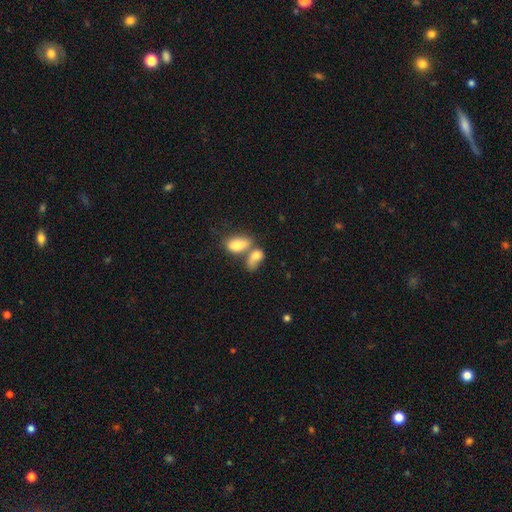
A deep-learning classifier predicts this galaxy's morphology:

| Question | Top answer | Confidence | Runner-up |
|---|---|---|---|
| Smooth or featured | smooth | 79% | featured or disk (13%) |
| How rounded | in between | 84% | round (13%) |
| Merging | merger | 62% | none (22%) |